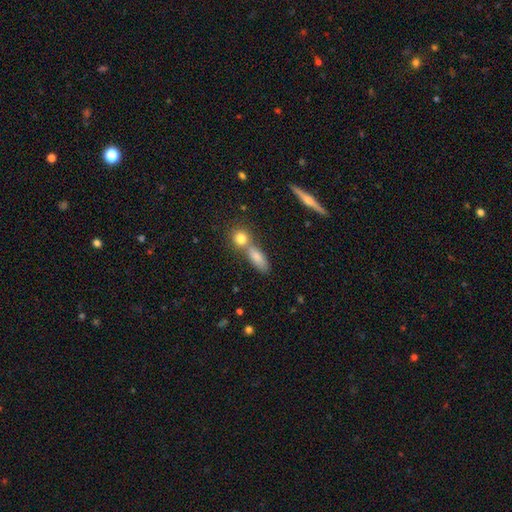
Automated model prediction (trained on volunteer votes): Q: Smooth or featured?
A: smooth (65%); runner-up: featured or disk (21%)
Q: How rounded?
A: in between (48%); runner-up: cigar-shaped (31%)
Q: Merging?
A: none (53%); runner-up: merger (35%)